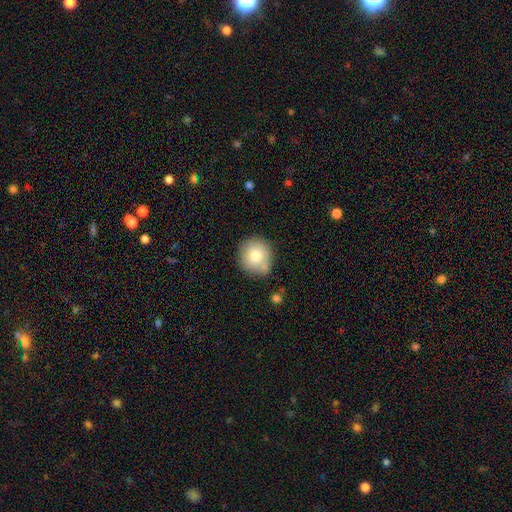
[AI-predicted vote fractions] Smooth or featured?
  - smooth: 77% *
  - featured or disk: 13%
  - star or artifact: 9%
How rounded?
  - round: 92% *
  - in between: 7%
  - cigar-shaped: 1%
Merging?
  - none: 74% *
  - minor disturbance: 16%
  - merger: 6%
  - major disturbance: 4%